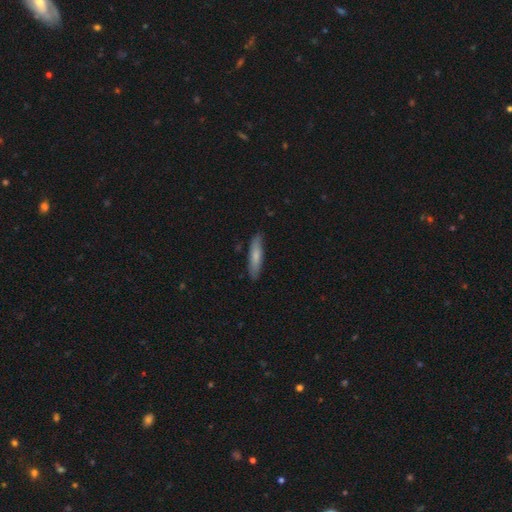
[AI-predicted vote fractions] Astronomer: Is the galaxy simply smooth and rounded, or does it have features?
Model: smooth — 72%.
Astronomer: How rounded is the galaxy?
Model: cigar-shaped — 76%.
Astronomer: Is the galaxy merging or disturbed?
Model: none — 84%.